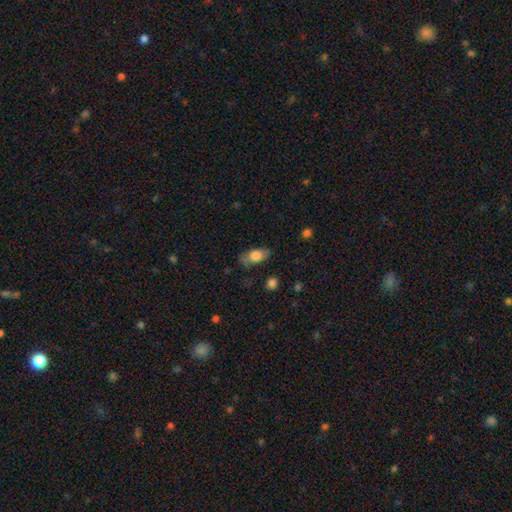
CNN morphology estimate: Smooth or featured?
  - smooth: 74% *
  - featured or disk: 19%
  - star or artifact: 7%
How rounded?
  - in between: 87% *
  - cigar-shaped: 7%
  - round: 6%
Merging?
  - none: 68% *
  - minor disturbance: 22%
  - major disturbance: 8%
  - merger: 2%